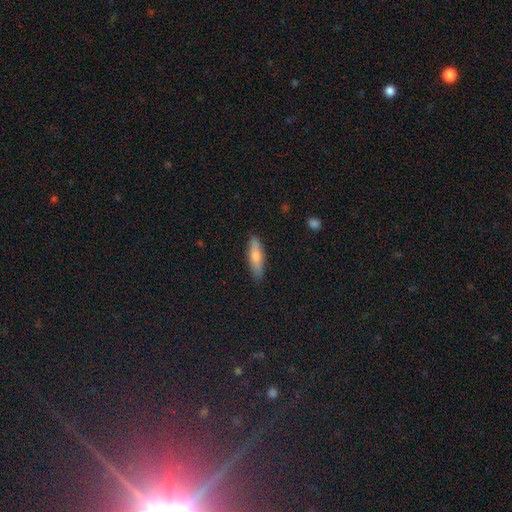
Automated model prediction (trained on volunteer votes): Smooth or featured? smooth (71%)
How rounded? cigar-shaped (64%)
Merging? none (86%)